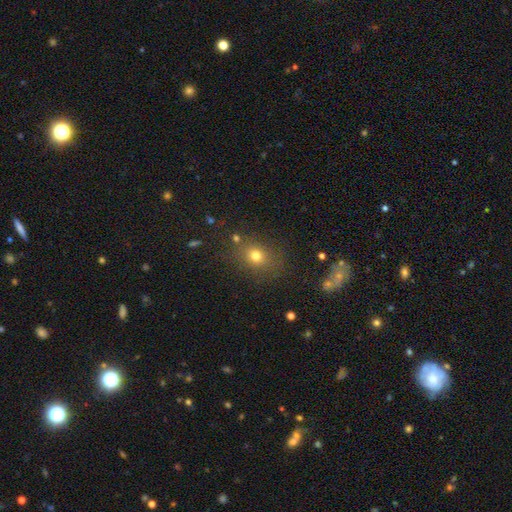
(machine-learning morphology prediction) smooth 72%, star or artifact 18%, featured or disk 10%. Down the decision tree: how rounded — round (61%); merging — none (78%).